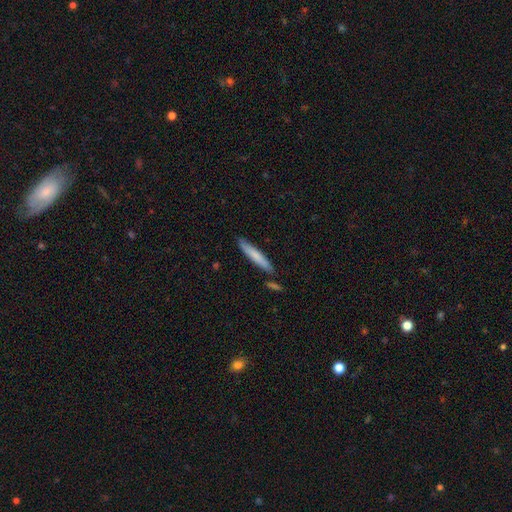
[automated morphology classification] Smooth or featured? smooth (72%)
How rounded? cigar-shaped (93%)
Merging? none (81%)